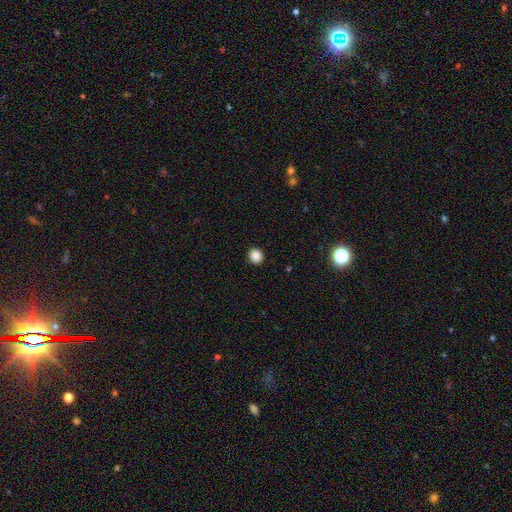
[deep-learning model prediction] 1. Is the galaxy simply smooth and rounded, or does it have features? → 88% smooth, 10% star or artifact, 2% featured or disk.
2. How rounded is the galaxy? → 81% round, 18% in between, 1% cigar-shaped.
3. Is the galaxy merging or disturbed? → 92% none, 5% minor disturbance, 2% major disturbance, 1% merger.